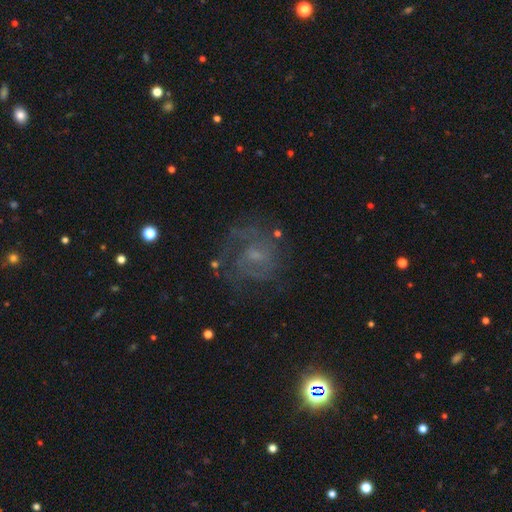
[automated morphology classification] smooth-or-featured: featured or disk: 69% | smooth: 16% | star or artifact: 15%
  disk-edge-on: no: 98% | yes: 2%
    bar: no: 50% | weak: 44% | strong: 7%
    has-spiral-arms: yes: 83% | no: 17%
      spiral-winding: medium: 44% | tight: 38% | loose: 18%
      spiral-arm-count: can't tell: 37% | 2: 34% | 3: 12% | 1: 8% | 4: 4% | more than 4: 4%
    bulge-size: small: 53% | moderate: 25% | none: 18% | large: 2% | dominant: 1%
  merging: none: 63% | minor disturbance: 17% | major disturbance: 17% | merger: 2%